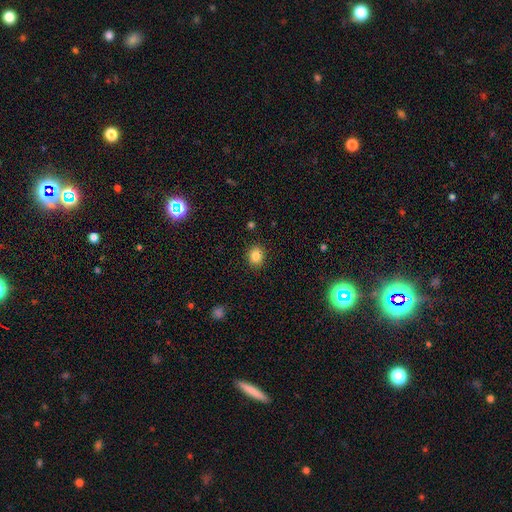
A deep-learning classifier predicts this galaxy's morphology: smooth-or-featured: smooth: 84% | star or artifact: 11% | featured or disk: 5%
  how-rounded: round: 73% | in between: 26% | cigar-shaped: 1%
  merging: none: 89% | minor disturbance: 7% | major disturbance: 2% | merger: 1%